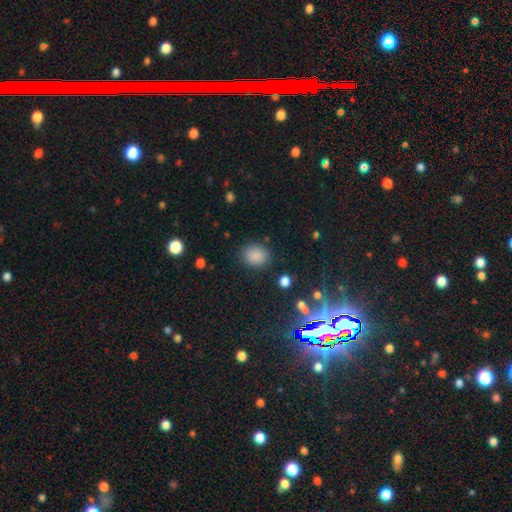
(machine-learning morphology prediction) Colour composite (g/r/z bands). It shows a smooth galaxy with no disk features (85%) that is round (53%). Merging: none (85%).